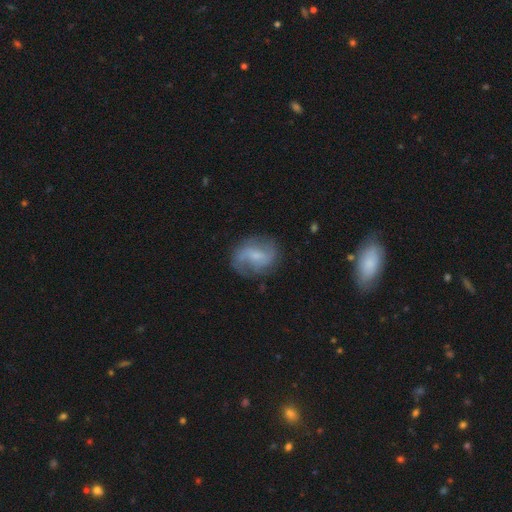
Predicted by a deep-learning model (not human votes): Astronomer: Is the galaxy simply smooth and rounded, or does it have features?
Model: featured or disk — 69%.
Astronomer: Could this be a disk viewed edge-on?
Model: no — 97%.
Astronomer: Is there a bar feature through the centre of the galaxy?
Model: weak — 53% (runner-up: no, 30%).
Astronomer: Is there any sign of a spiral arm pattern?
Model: yes — 88%.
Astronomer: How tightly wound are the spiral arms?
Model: medium — 42% (runner-up: loose, 40%).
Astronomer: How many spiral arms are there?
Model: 2 — 78%.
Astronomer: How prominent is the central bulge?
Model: small — 50% (runner-up: moderate, 30%).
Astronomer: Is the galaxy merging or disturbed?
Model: none — 72%.